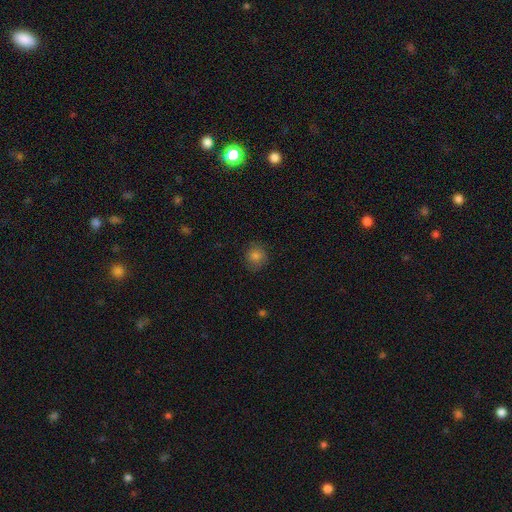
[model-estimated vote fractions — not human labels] Overall: smooth (82%). How rounded: round (87%). Merging: none (84%).